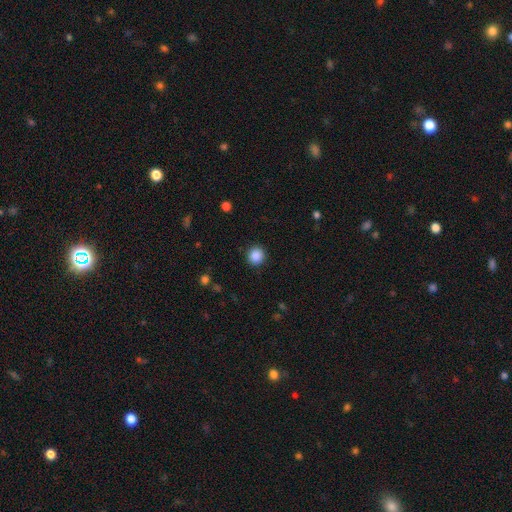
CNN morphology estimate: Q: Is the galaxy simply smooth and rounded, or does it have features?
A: smooth — 87%.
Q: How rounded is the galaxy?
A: round — 92%.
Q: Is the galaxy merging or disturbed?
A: none — 91%.